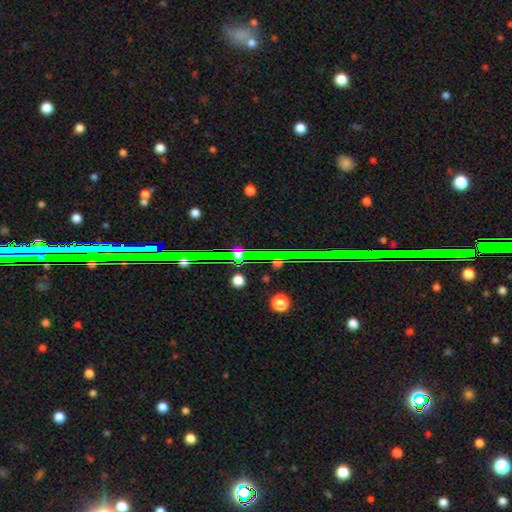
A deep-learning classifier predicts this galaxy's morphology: Smooth or featured? star or artifact (78%)